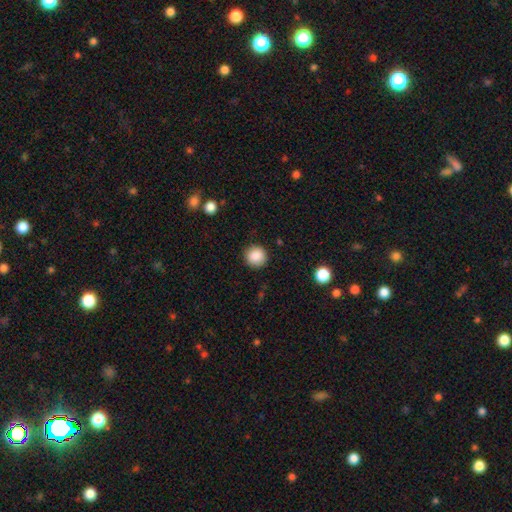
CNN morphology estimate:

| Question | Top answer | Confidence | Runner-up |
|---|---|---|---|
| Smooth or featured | smooth | 88% | star or artifact (9%) |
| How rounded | round | 93% | in between (6%) |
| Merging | none | 90% | minor disturbance (7%) |